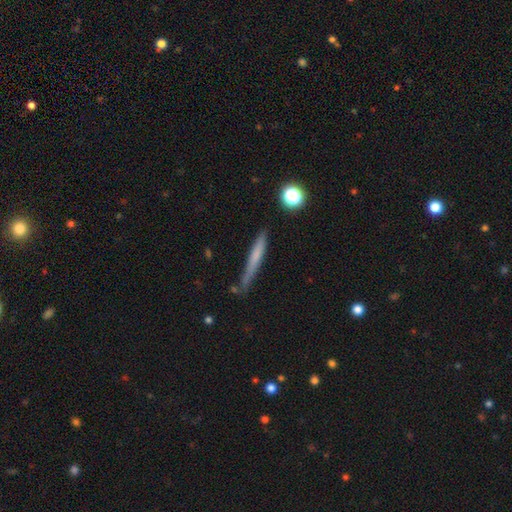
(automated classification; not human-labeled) smooth-or-featured: smooth: 60% | featured or disk: 32% | star or artifact: 8%
  how-rounded: cigar-shaped: 94% | in between: 4% | round: 2%
  merging: none: 72% | minor disturbance: 19% | major disturbance: 5% | merger: 4%